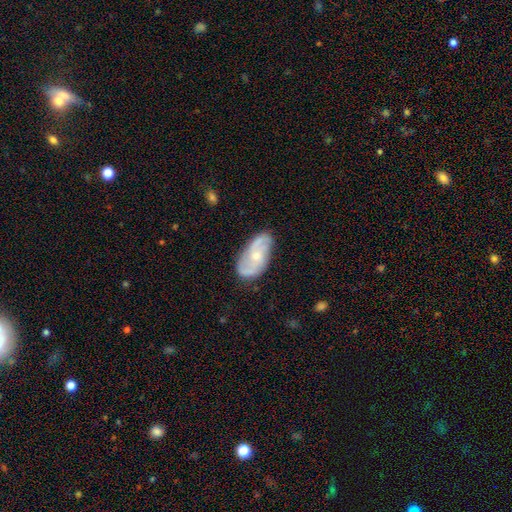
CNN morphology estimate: Q: Smooth or featured?
A: featured or disk (70%); runner-up: smooth (24%)
Q: Edge-on disk?
A: no (95%); runner-up: yes (5%)
Q: Bar?
A: no (64%); runner-up: weak (31%)
Q: Spiral arms?
A: yes (91%); runner-up: no (9%)
Q: Spiral winding?
A: medium (46%); runner-up: loose (31%)
Q: Spiral arm count?
A: 2 (70%); runner-up: can't tell (14%)
Q: Bulge size?
A: small (51%); runner-up: moderate (43%)
Q: Merging?
A: none (72%); runner-up: minor disturbance (21%)